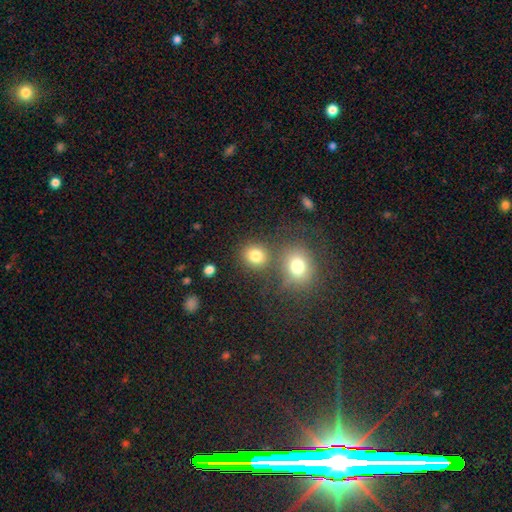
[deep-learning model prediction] A smooth galaxy with no disk features (80%) that is round (78%).

Vote fractions:
- Smooth or featured? smooth: 80% / star or artifact: 13% / featured or disk: 7%
- How rounded? round: 78% / in between: 21% / cigar-shaped: 1%
- Merging? none: 64% / merger: 23% / minor disturbance: 9% / major disturbance: 5%